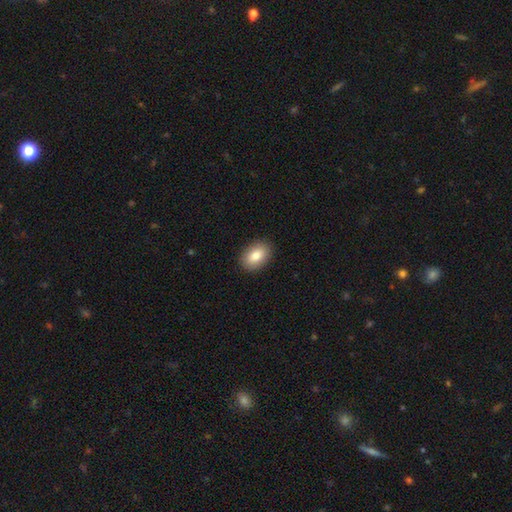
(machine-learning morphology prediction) Smooth or featured?
  - smooth: 84% *
  - featured or disk: 9%
  - star or artifact: 7%
How rounded?
  - in between: 88% *
  - round: 11%
  - cigar-shaped: 1%
Merging?
  - none: 89% *
  - minor disturbance: 8%
  - major disturbance: 2%
  - merger: 1%